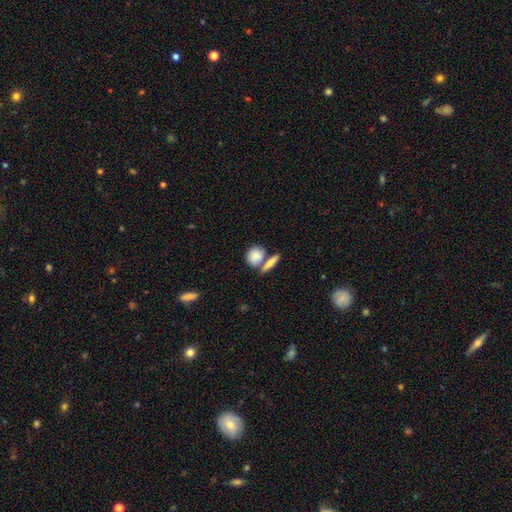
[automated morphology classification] type=smooth (81%); roundness=round (53%); merging=none (50%).